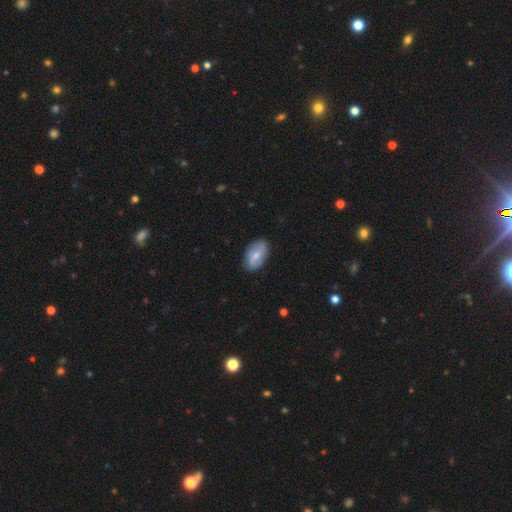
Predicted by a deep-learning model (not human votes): smooth-or-featured: smooth: 53% | featured or disk: 41% | star or artifact: 6%
  how-rounded: in between: 92% | round: 5% | cigar-shaped: 3%
  merging: none: 81% | minor disturbance: 14% | major disturbance: 3% | merger: 1%